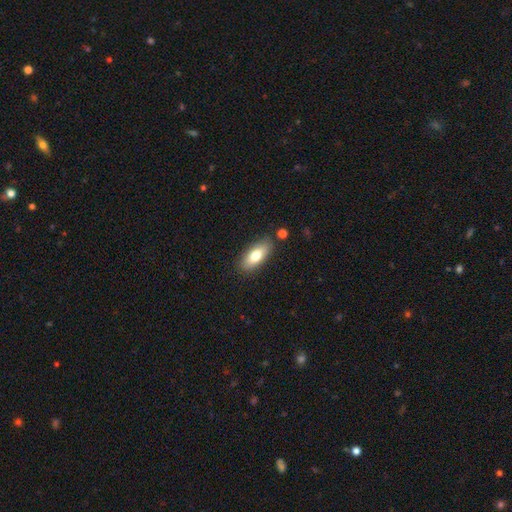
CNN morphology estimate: Smooth or featured?
  - smooth: 76% *
  - featured or disk: 17%
  - star or artifact: 7%
How rounded?
  - in between: 80% *
  - cigar-shaped: 18%
  - round: 3%
Merging?
  - none: 82% *
  - minor disturbance: 12%
  - merger: 4%
  - major disturbance: 3%